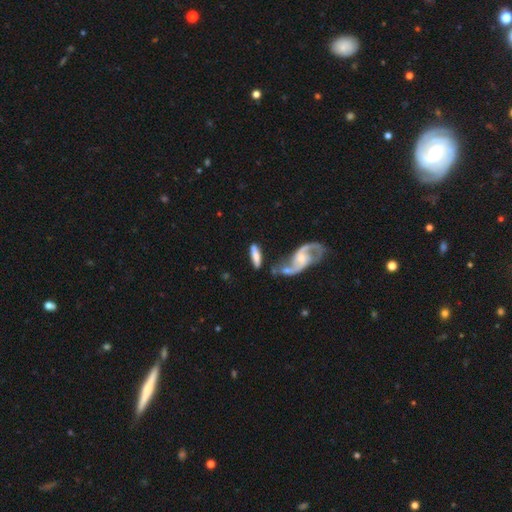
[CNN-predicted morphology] A smooth galaxy with no disk features (52%) that is in between round and cigar-shaped (49%).

Vote fractions:
- Smooth or featured? smooth: 52% / featured or disk: 41% / star or artifact: 7%
- How rounded? in between: 49% / cigar-shaped: 48% / round: 3%
- Merging? none: 43% / merger: 30% / minor disturbance: 17% / major disturbance: 10%